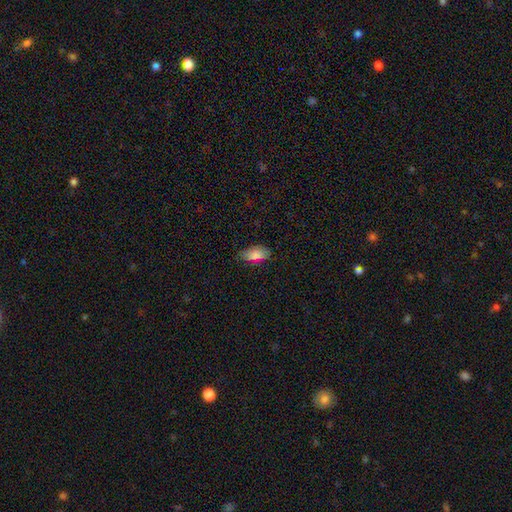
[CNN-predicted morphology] Smooth or featured? Predicted: smooth (p=0.83). How rounded? Predicted: in between (p=0.92). Merging? Predicted: none (p=0.74).